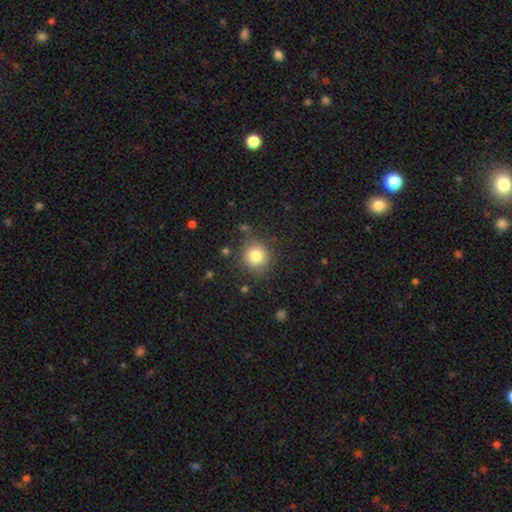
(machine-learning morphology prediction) A smooth galaxy with no disk features (81%) that is round (89%). Merging: none (83%).